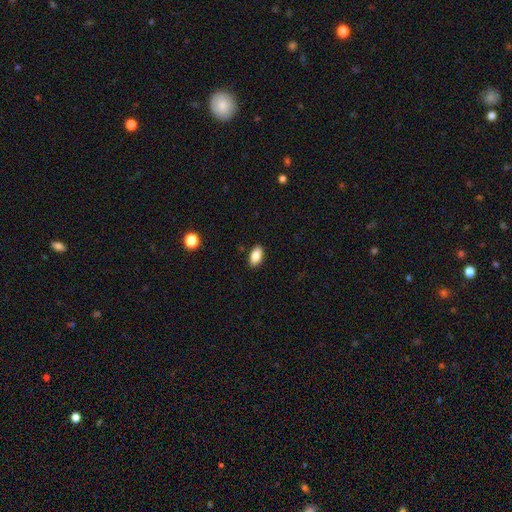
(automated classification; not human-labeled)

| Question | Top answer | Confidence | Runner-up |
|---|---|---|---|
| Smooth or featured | smooth | 84% | featured or disk (8%) |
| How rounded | in between | 91% | round (5%) |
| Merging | none | 89% | minor disturbance (8%) |